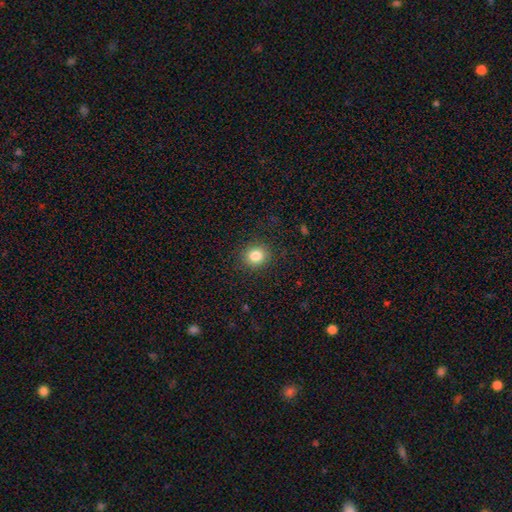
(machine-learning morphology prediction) Overall: smooth (83%). How rounded: round (80%). Merging: none (89%).